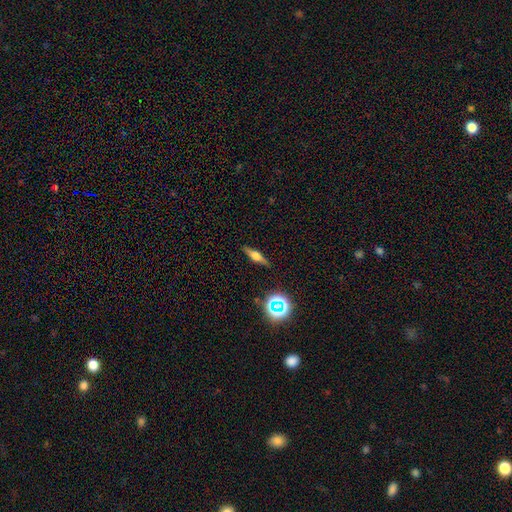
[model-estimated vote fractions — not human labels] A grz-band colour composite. It shows a featured or disk galaxy (58%) viewed edge-on (95%) with a rounded central bulge (88%). Merging: none (87%).